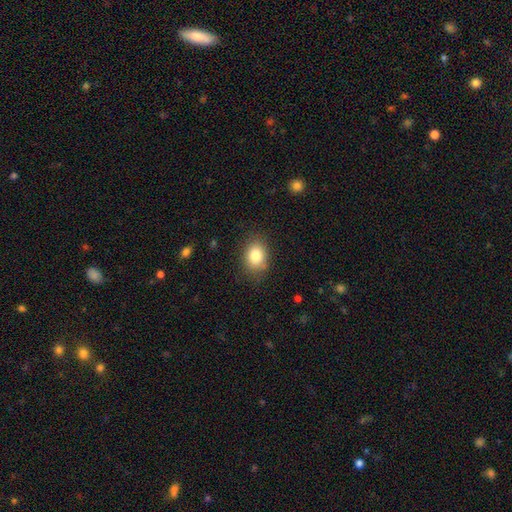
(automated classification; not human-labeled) Morphology: type=smooth (82%); roundness=in between (62%); merging=none (80%).